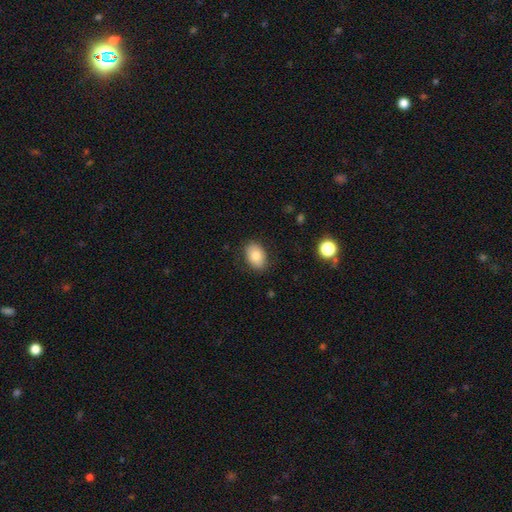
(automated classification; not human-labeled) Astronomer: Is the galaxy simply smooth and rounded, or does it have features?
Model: smooth — 80%.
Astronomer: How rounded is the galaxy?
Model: in between — 82%.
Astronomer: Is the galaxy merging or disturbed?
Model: none — 85%.